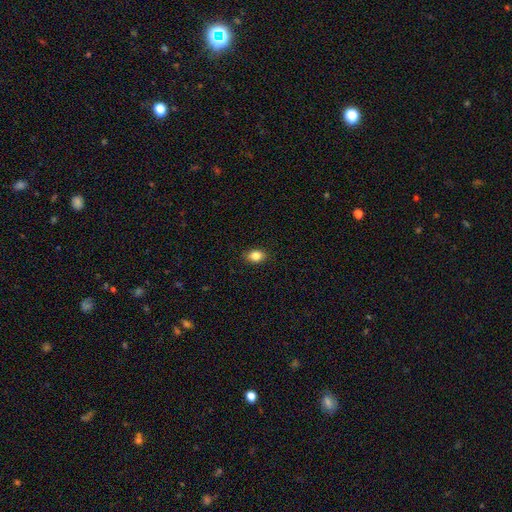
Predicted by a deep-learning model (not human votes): Smooth or featured: smooth — 85% (star or artifact — 9%)
How rounded: in between — 71% (round — 27%)
Merging: none — 88% (minor disturbance — 9%)